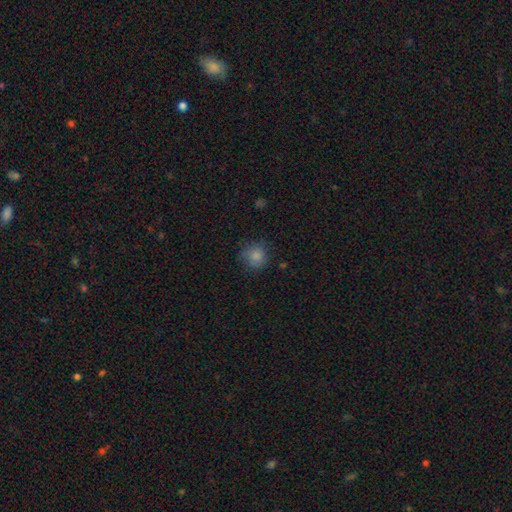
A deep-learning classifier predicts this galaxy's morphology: Smooth or featured? Predicted: smooth (p=0.83). How rounded? Predicted: round (p=0.89). Merging? Predicted: none (p=0.76).